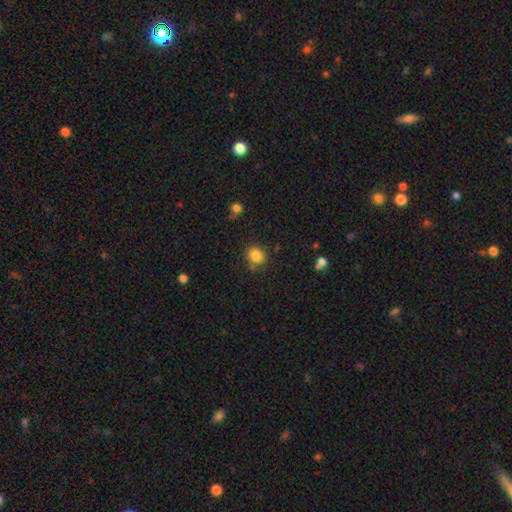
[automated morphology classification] smooth 84%, star or artifact 11%, featured or disk 6%. Down the decision tree: how rounded — round (77%); merging — none (81%).